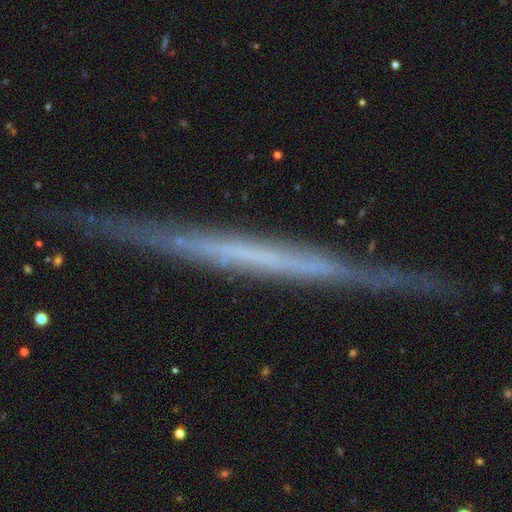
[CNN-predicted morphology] smooth-or-featured: featured or disk: 73% | smooth: 18% | star or artifact: 9%
  disk-edge-on: yes: 97% | no: 3%
    edge-on-bulge: none: 87% | boxy: 7% | rounded: 6%
  merging: none: 88% | minor disturbance: 9% | major disturbance: 2% | merger: 1%